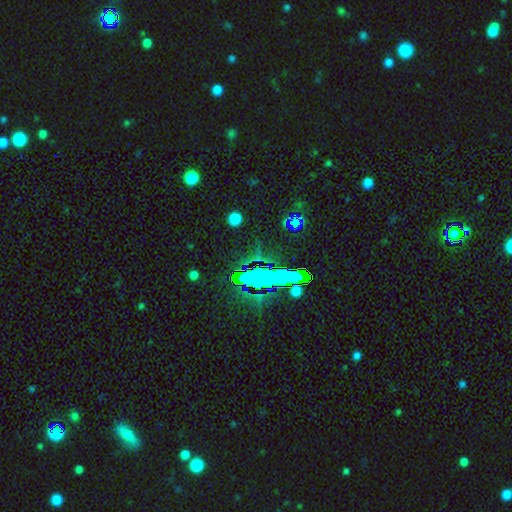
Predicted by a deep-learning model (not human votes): Smooth or featured?
  - star or artifact: 76% *
  - smooth: 13%
  - featured or disk: 10%